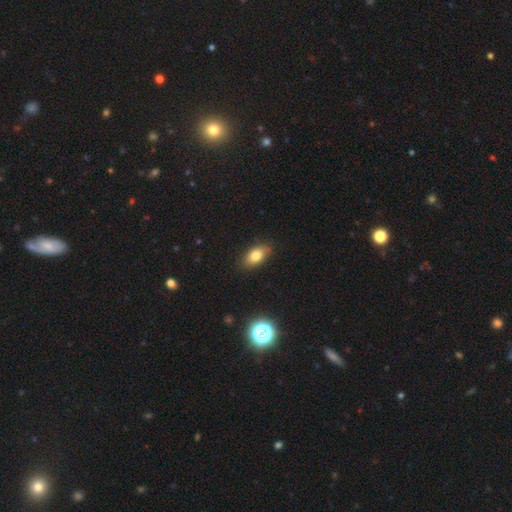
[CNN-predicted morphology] Smooth or featured? smooth (78%)
How rounded? in between (88%)
Merging? none (84%)